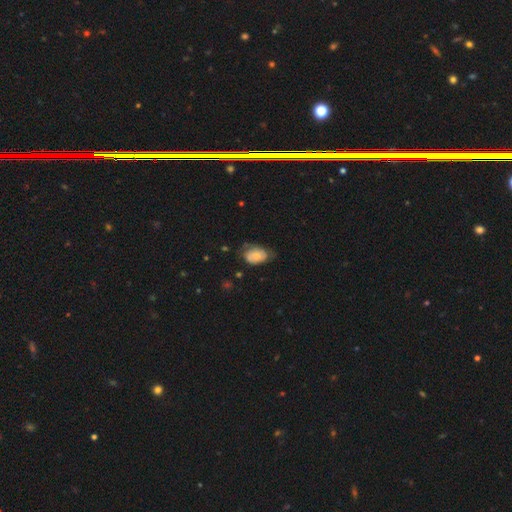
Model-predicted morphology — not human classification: This is likely a smooth galaxy (66%). How rounded: clearly in between (83%). Merging: marginally none (45%).